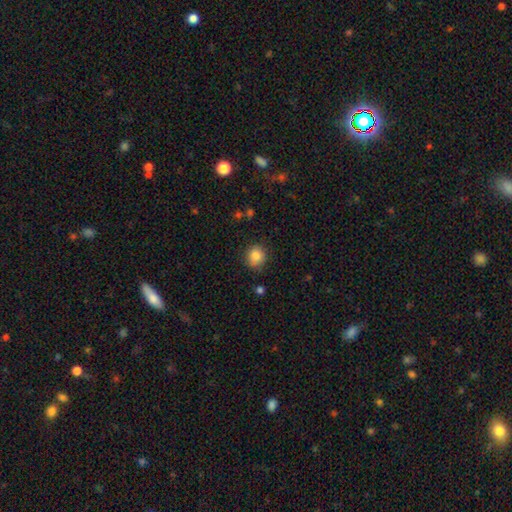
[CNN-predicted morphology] A smooth galaxy with no disk features (85%) that is round (87%).

Vote fractions:
- Smooth or featured? smooth: 85% / star or artifact: 10% / featured or disk: 6%
- How rounded? round: 87% / in between: 12% / cigar-shaped: 1%
- Merging? none: 84% / minor disturbance: 11% / major disturbance: 3% / merger: 2%